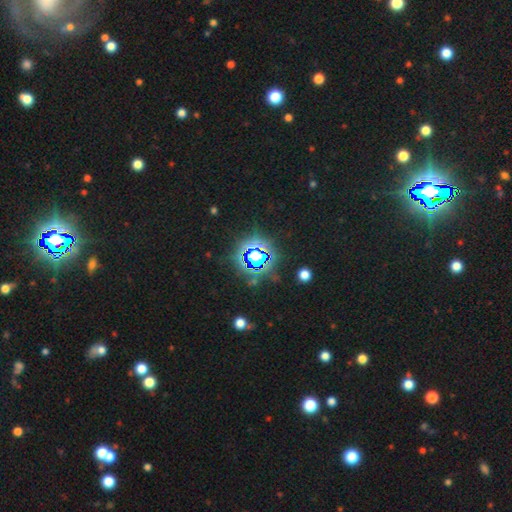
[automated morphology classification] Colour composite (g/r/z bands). It shows a star or artifact, not a galaxy (74%).